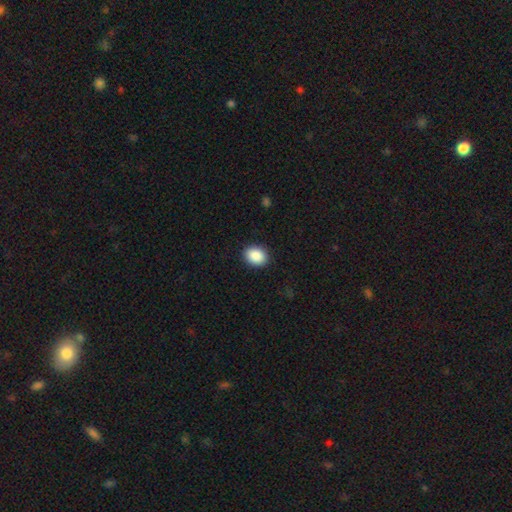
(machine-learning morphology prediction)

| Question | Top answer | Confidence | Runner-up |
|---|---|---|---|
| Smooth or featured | smooth | 89% | star or artifact (8%) |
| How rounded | in between | 55% | round (44%) |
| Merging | none | 90% | minor disturbance (7%) |